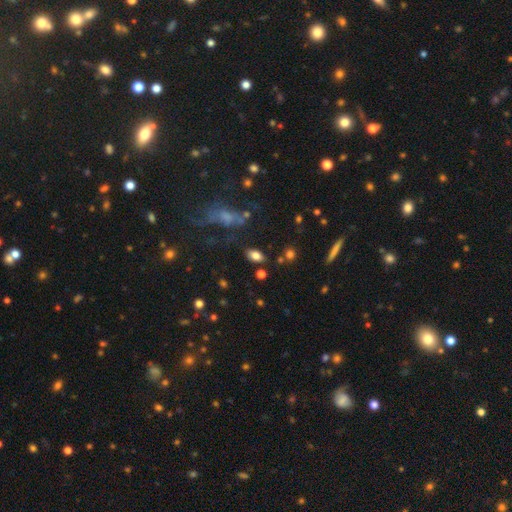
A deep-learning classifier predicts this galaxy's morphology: A smooth galaxy with no disk features (79%) that is in between round and cigar-shaped (89%). Merging: none (79%).